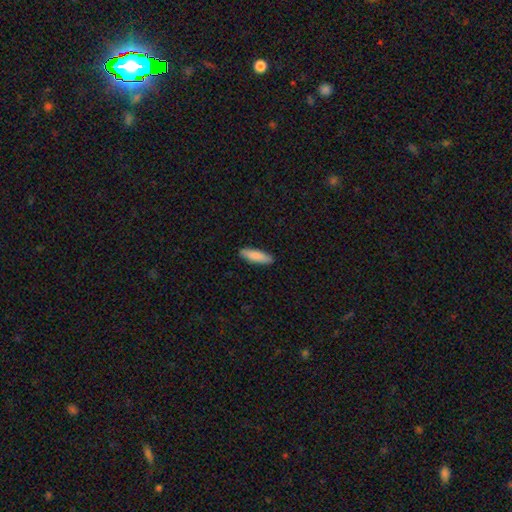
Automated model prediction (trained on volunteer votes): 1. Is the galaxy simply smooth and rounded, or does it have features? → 88% smooth, 7% featured or disk, 5% star or artifact.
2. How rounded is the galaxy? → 61% cigar-shaped, 37% in between, 1% round.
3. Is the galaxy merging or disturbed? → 89% none, 8% minor disturbance, 2% major disturbance, 1% merger.